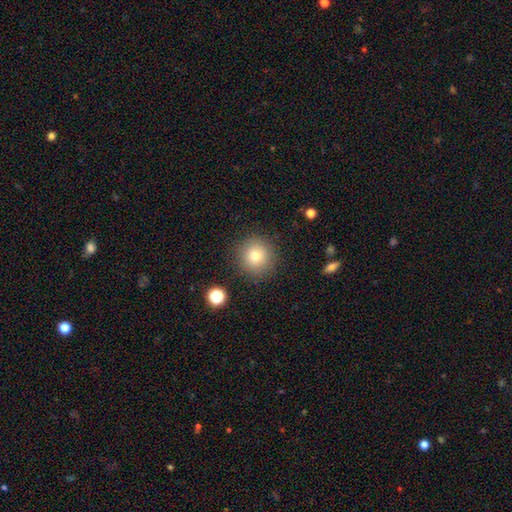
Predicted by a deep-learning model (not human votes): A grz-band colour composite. It shows a smooth galaxy with no disk features (76%) that is round (94%). Merging: none (88%).